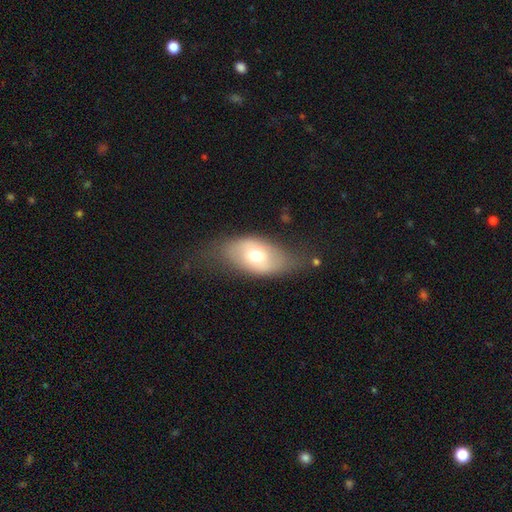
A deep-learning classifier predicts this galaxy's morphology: Smooth or featured? Predicted: smooth (p=0.57). How rounded? Predicted: in between (p=0.89). Merging? Predicted: none (p=0.60).